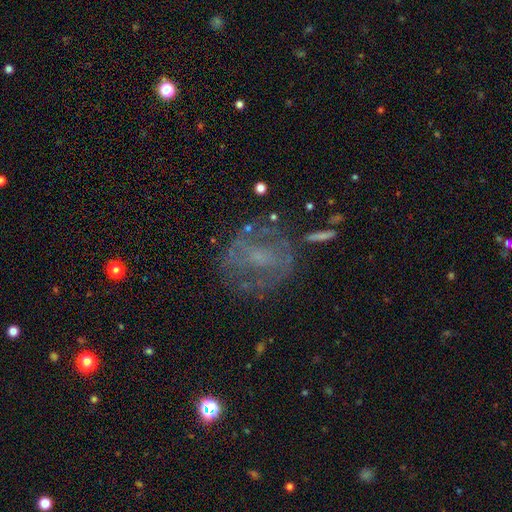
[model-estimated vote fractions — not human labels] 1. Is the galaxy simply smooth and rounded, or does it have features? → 59% featured or disk, 21% smooth, 19% star or artifact.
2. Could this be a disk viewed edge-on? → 96% no, 4% yes.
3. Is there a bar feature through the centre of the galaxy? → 43% weak, 42% no, 15% strong.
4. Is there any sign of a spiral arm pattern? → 61% yes, 39% no.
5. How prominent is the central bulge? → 51% small, 25% none, 21% moderate, 2% large, 1% dominant.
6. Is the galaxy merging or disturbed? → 67% none, 17% minor disturbance, 13% major disturbance, 3% merger.